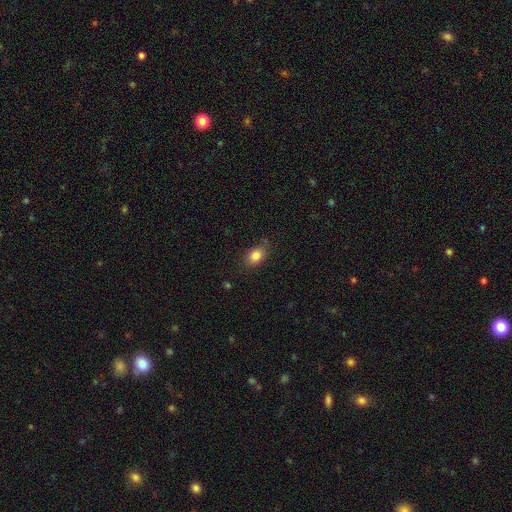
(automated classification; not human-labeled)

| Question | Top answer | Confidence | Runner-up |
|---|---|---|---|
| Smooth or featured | smooth | 84% | star or artifact (9%) |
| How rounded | in between | 71% | round (28%) |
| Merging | none | 77% | minor disturbance (17%) |